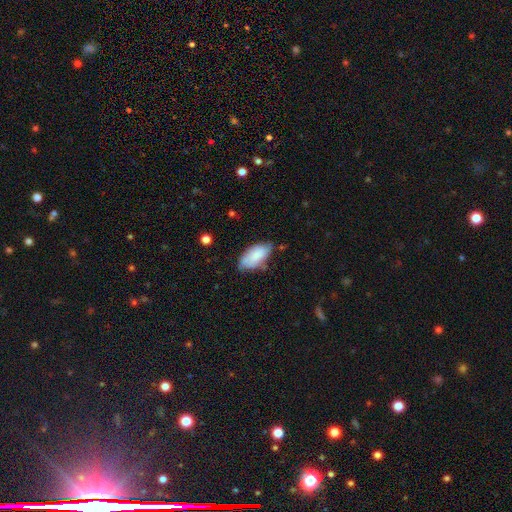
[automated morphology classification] This is likely a smooth galaxy (78%). How rounded: clearly in between (93%). Merging: possibly none (57%).